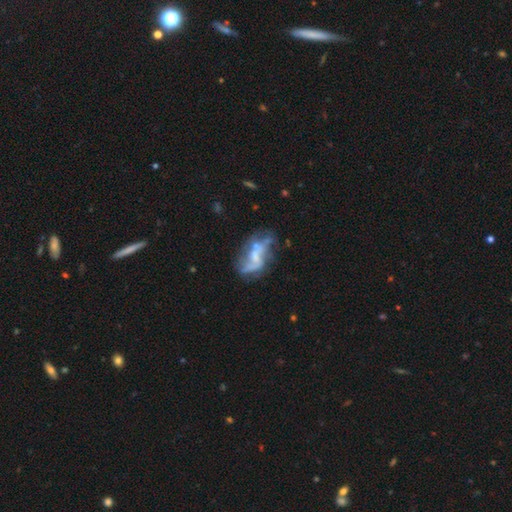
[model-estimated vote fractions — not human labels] This is likely a featured or disk galaxy (66%). It is clearly not viewed edge-on (95%). Bar: possibly no (59%). Spiral arm pattern: possibly no (51%). Central bulge: marginally none (37%). Merging: marginally none (34%).